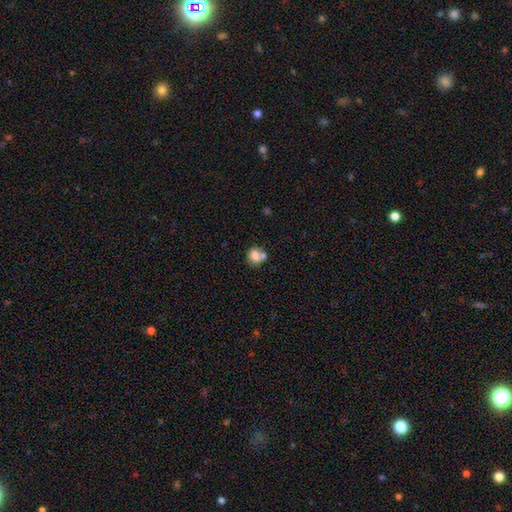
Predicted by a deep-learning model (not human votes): The model was most divided on "merging": none: 41%, merger: 40%, minor disturbance: 14%, major disturbance: 6%. More confident: smooth or featured — smooth (74%); how rounded — round (62%).